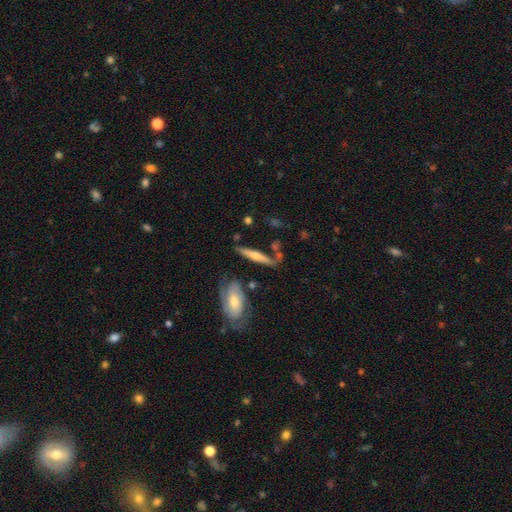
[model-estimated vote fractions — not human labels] Overall: featured or disk (51%; smooth 43%). Edge-on disk: yes (86%). Merging: none (67%).